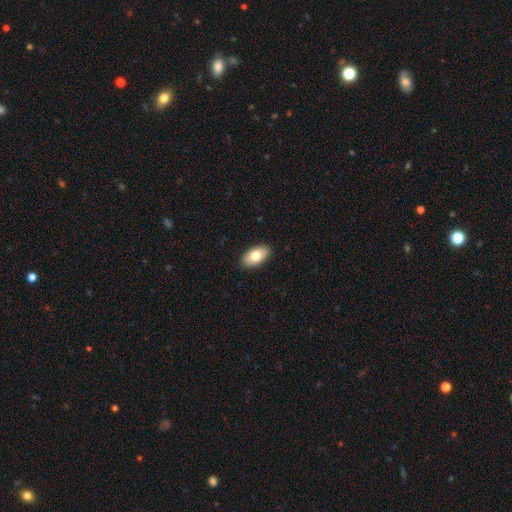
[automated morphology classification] This is likely a smooth galaxy (79%). How rounded: clearly in between (94%). Merging: clearly none (90%).